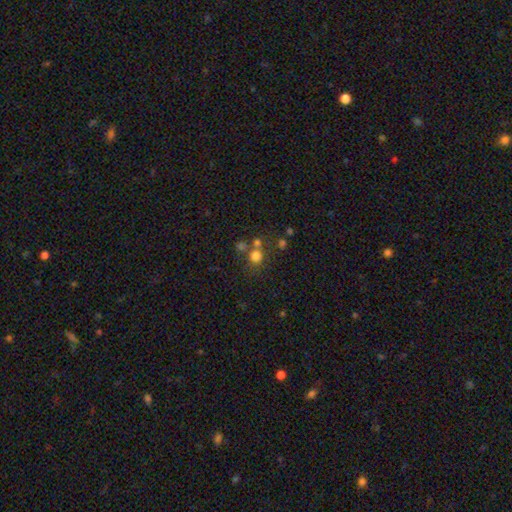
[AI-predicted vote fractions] Q: Smooth or featured?
A: smooth (74%); runner-up: star or artifact (18%)
Q: How rounded?
A: round (87%); runner-up: in between (12%)
Q: Merging?
A: none (60%); runner-up: merger (27%)